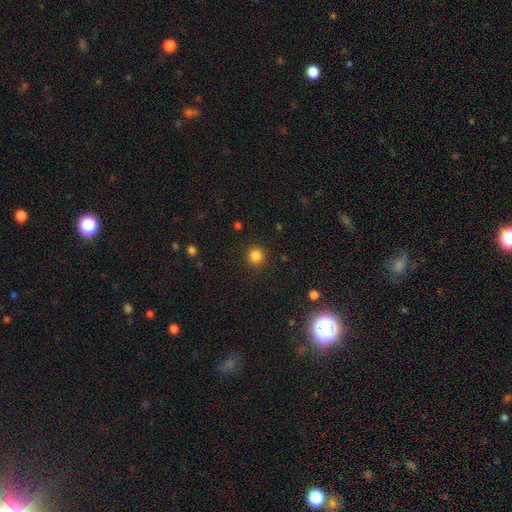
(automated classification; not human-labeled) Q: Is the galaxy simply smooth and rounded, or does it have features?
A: smooth — 85%.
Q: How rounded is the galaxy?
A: round — 93%.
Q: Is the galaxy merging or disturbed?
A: none — 91%.